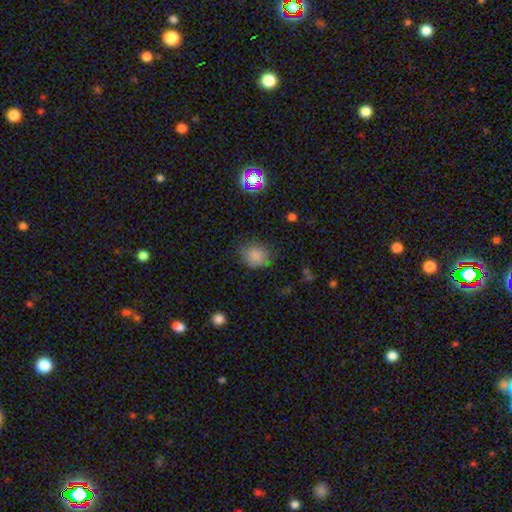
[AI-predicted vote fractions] This is clearly a smooth galaxy (81%). How rounded: likely round (62%). Merging: likely none (72%).